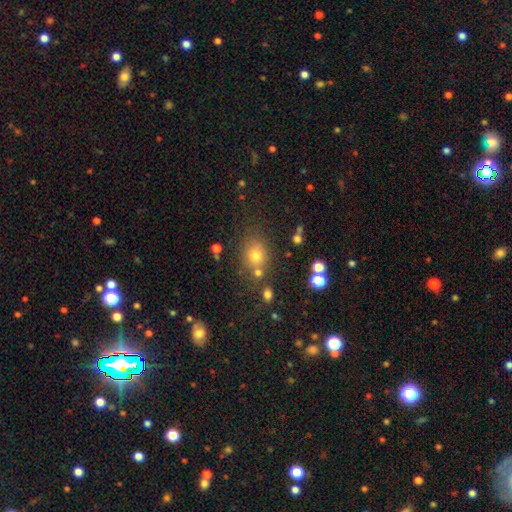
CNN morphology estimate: Q: Smooth or featured?
A: smooth (70%); runner-up: star or artifact (19%)
Q: How rounded?
A: round (57%); runner-up: in between (41%)
Q: Merging?
A: none (72%); runner-up: minor disturbance (13%)